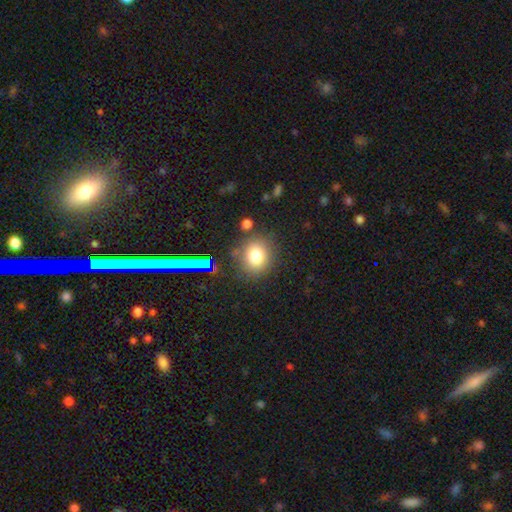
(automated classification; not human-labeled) Smooth or featured? smooth (76%)
How rounded? round (69%)
Merging? none (80%)